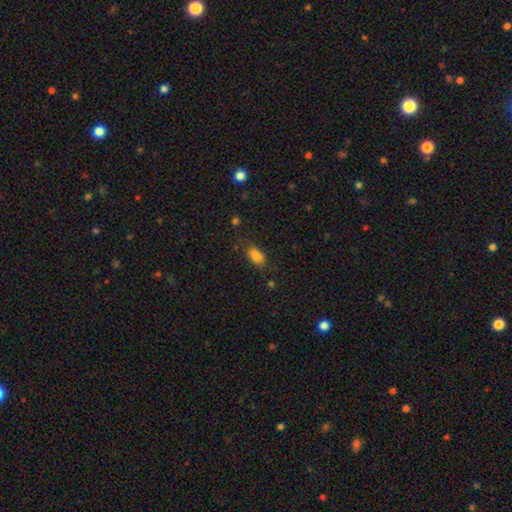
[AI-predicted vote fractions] A smooth galaxy with no disk features (82%) that is in between round and cigar-shaped (89%). Merging: none (65%).